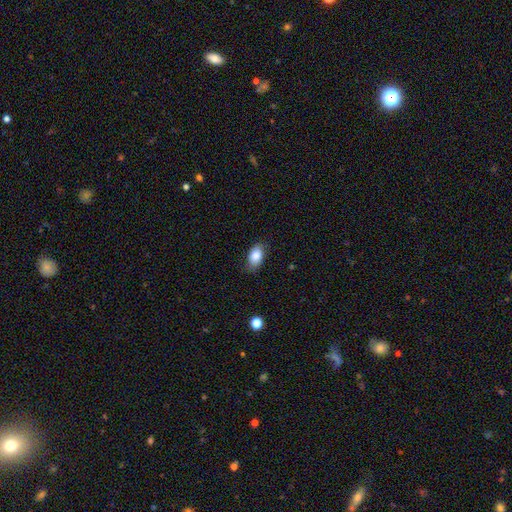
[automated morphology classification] Q: Smooth or featured?
A: smooth (85%); runner-up: featured or disk (8%)
Q: How rounded?
A: in between (89%); runner-up: round (9%)
Q: Merging?
A: none (81%); runner-up: minor disturbance (15%)